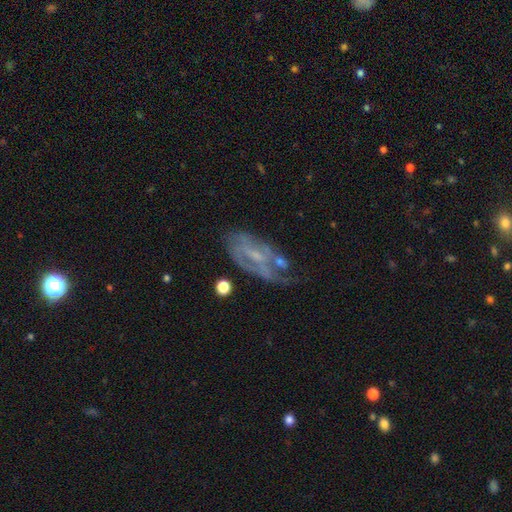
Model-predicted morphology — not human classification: A featured or disk galaxy (70%) with a weak bar (44%), spiral arms (72%) and a small central bulge (55%).

Vote fractions:
- Smooth or featured? featured or disk: 70% / smooth: 20% / star or artifact: 10%
- Edge-on disk? no: 92% / yes: 8%
- Bar? weak: 44% / no: 42% / strong: 14%
- Spiral arms? yes: 72% / no: 28%
- Bulge size? small: 55% / moderate: 22% / none: 21% / large: 2% / dominant: 1%
- Merging? none: 41% / minor disturbance: 26% / major disturbance: 23% / merger: 10%